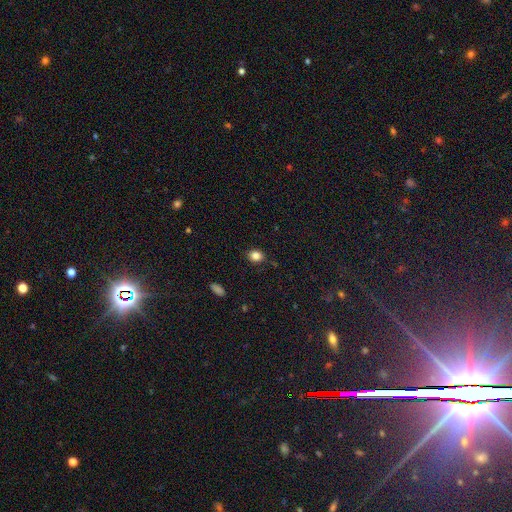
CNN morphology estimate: This appears to be a smooth galaxy with no disk features (83%) that is round (52%). Merging: none (85%).